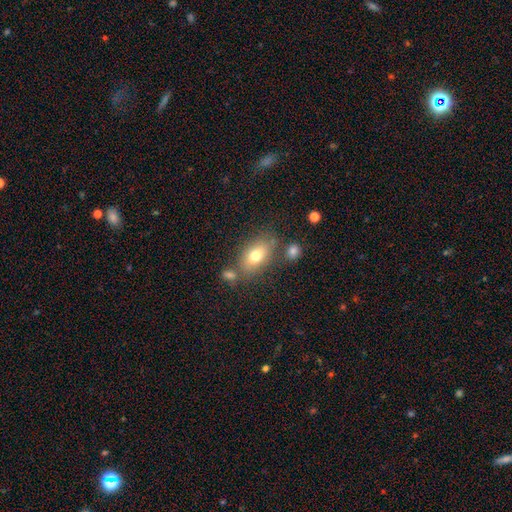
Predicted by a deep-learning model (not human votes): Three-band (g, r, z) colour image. It shows a smooth galaxy with no disk features (73%) that is in between round and cigar-shaped (85%). Merging: none (67%).